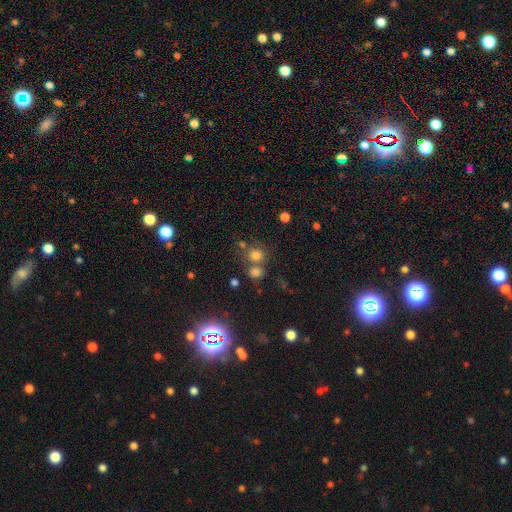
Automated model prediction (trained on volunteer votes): A smooth galaxy with no disk features (70%) that is round (85%).

Vote fractions:
- Smooth or featured? smooth: 70% / star or artifact: 22% / featured or disk: 8%
- How rounded? round: 85% / in between: 14% / cigar-shaped: 1%
- Merging? none: 62% / merger: 24% / minor disturbance: 9% / major disturbance: 5%